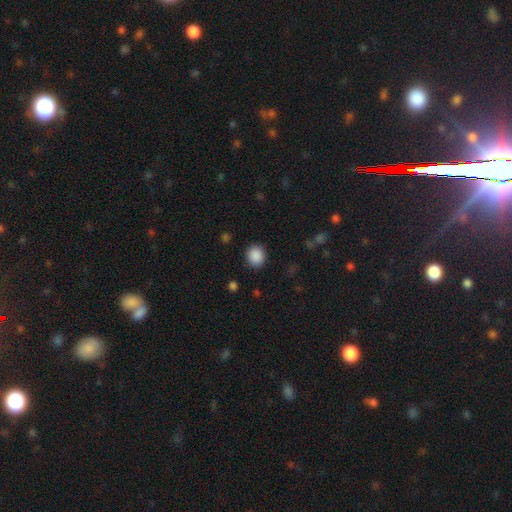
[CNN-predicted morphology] smooth-or-featured: smooth: 89% | star or artifact: 9% | featured or disk: 3%
  how-rounded: round: 73% | in between: 26% | cigar-shaped: 1%
  merging: none: 89% | minor disturbance: 8% | major disturbance: 3% | merger: 1%